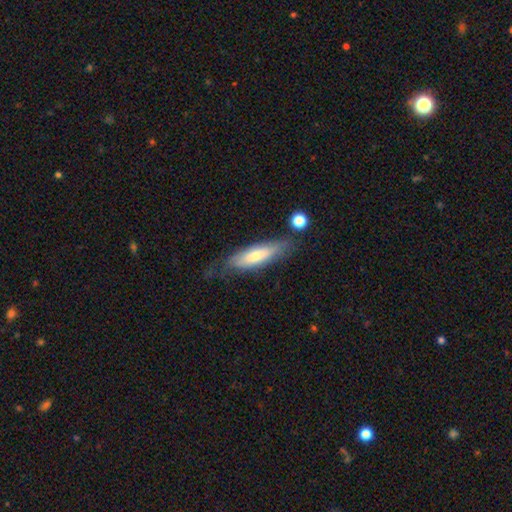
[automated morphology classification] This is possibly a smooth galaxy (54%). How rounded: likely cigar-shaped (68%). Merging: likely none (68%).